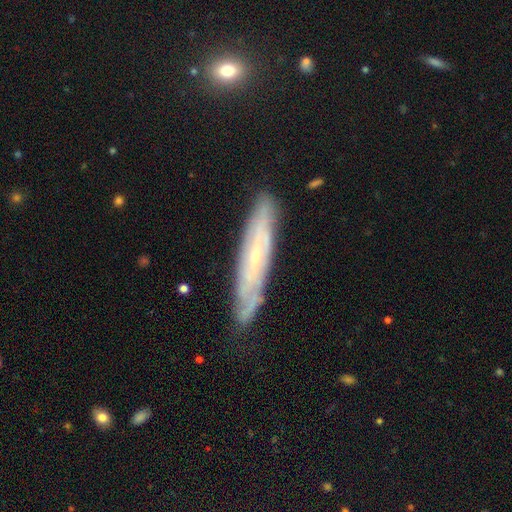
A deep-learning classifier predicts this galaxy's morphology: Smooth or featured? featured or disk (70%)
Edge-on disk? yes (50%, tied with no)
Merging? none (78%)